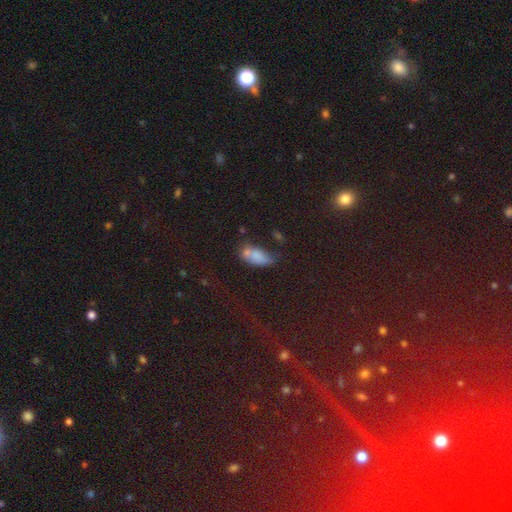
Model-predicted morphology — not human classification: Smooth or featured? Predicted: smooth (p=0.73). How rounded? Predicted: in between (p=0.85). Merging? Predicted: none (p=0.34).